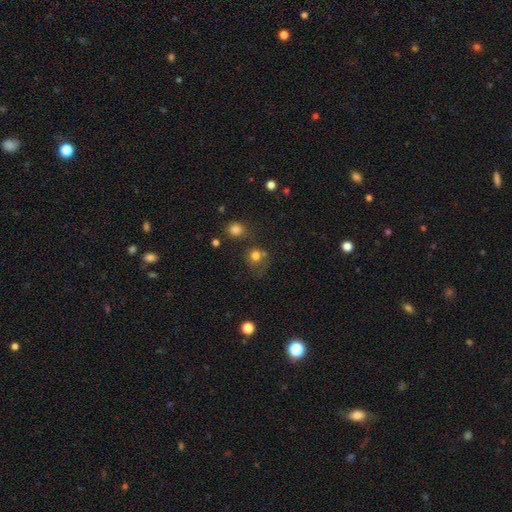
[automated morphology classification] type=smooth (76%); roundness=round (82%); merging=none (55%).